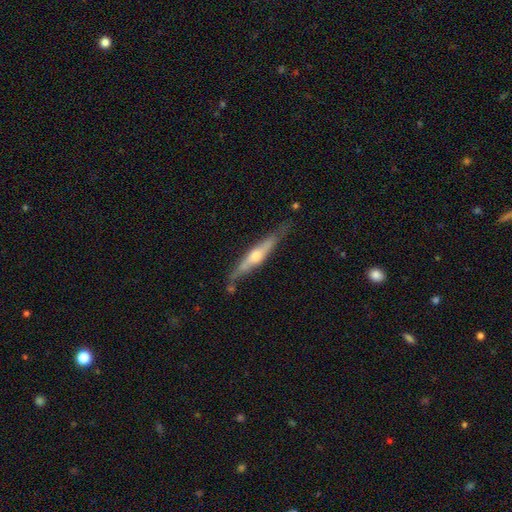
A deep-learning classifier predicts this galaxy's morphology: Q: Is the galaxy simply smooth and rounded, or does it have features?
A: featured or disk — 67%.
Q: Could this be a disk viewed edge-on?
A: yes — 94%.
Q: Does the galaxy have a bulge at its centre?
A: rounded — 82%.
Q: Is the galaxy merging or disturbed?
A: none — 74%.